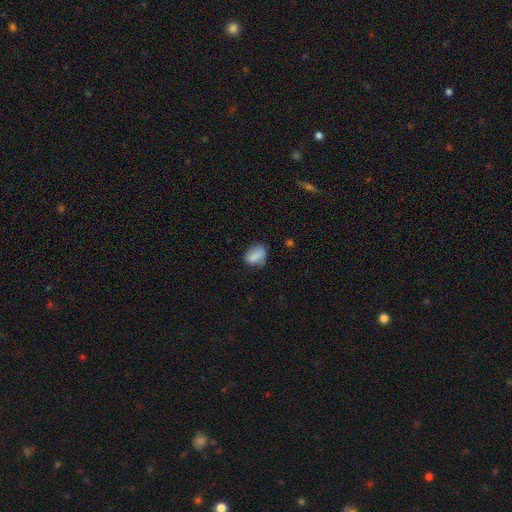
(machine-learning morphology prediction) Smooth or featured? Predicted: smooth (p=0.85). How rounded? Predicted: in between (p=0.78). Merging? Predicted: none (p=0.64).